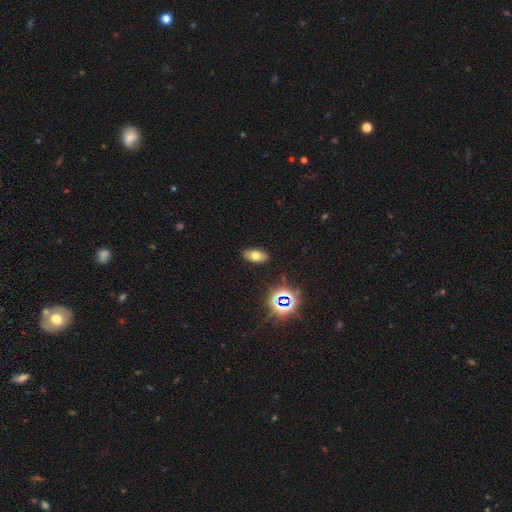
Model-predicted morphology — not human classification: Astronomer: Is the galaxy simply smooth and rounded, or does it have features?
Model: smooth — 66%.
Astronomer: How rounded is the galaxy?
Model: in between — 90%.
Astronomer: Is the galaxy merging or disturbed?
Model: none — 87%.